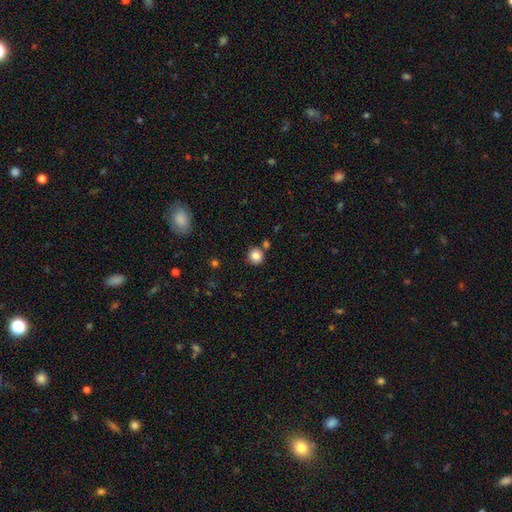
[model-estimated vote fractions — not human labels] smooth_or_featured: smooth (p=0.84) [alt: star or artifact p=0.11]
how_rounded: round (p=0.91) [alt: in between p=0.08]
merging: none (p=0.81) [alt: minor disturbance p=0.09]